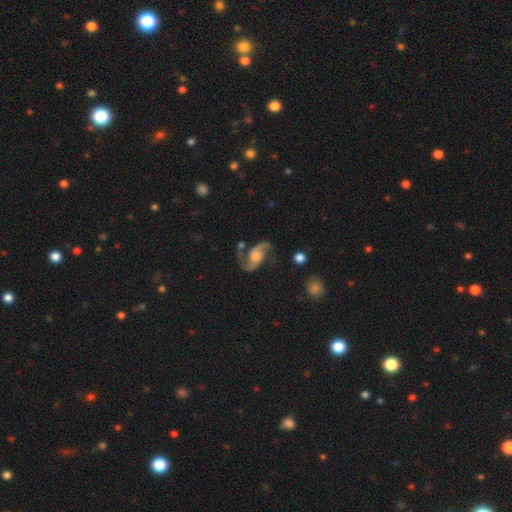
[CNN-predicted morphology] Smooth or featured? featured or disk (87%)
Edge-on disk? no (97%)
Bar? no (62%)
Spiral arms? yes (97%)
Spiral winding? loose (53%)
Spiral arm count? 2 (93%)
Bulge size? moderate (39%)
Merging? none (71%)